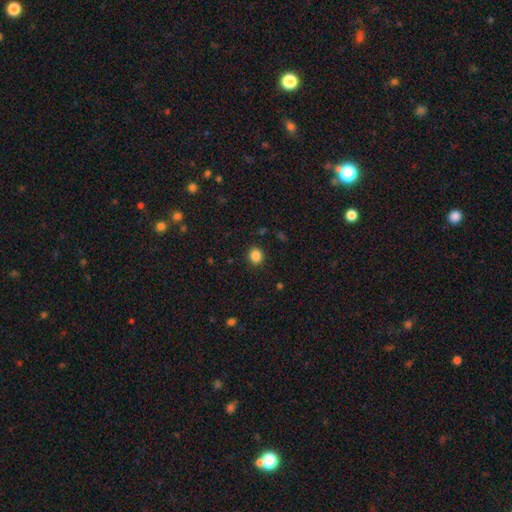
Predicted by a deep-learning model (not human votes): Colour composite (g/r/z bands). It shows a smooth galaxy with no disk features (86%) that is round (72%). Merging: none (90%).